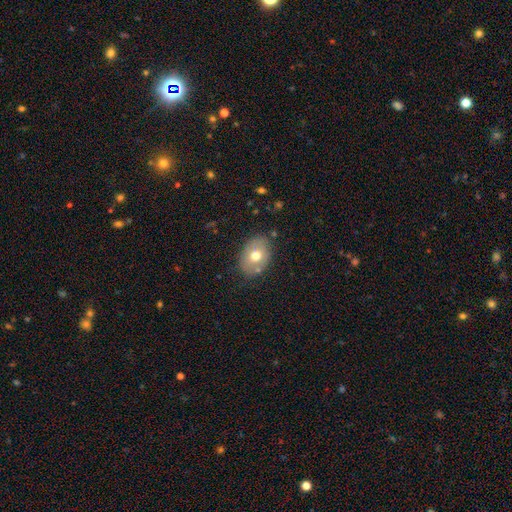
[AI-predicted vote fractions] This appears to be a smooth galaxy with no disk features (65%) that is in between round and cigar-shaped (77%). Merging: none (78%).